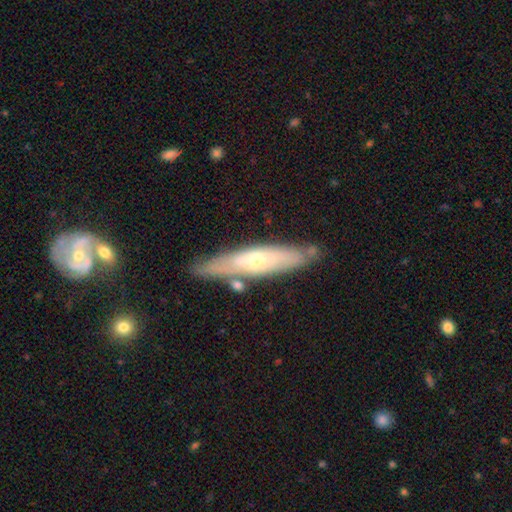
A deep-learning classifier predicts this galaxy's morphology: This appears to be a featured or disk galaxy (53%) viewed edge-on (61%). Merging: none (73%).